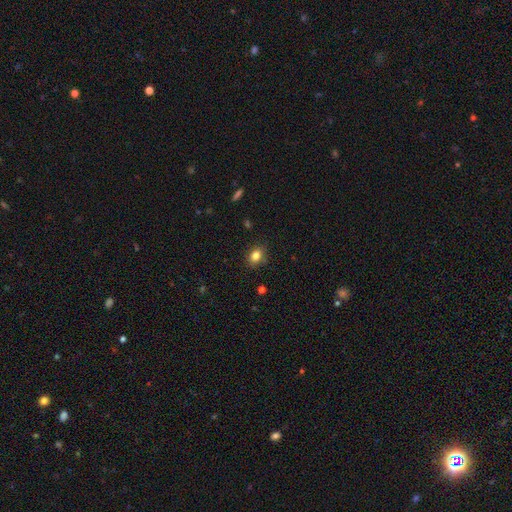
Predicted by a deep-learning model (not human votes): The model was most divided on "how rounded": in between: 52%, round: 47%, cigar-shaped: 1%. More confident: merging — none (85%); smooth or featured — smooth (83%).